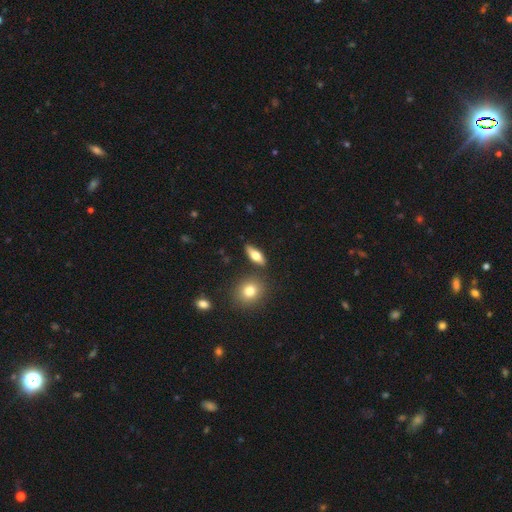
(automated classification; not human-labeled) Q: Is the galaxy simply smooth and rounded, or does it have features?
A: smooth — 66%.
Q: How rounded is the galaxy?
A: in between — 66%.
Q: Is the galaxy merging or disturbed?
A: none — 82%.